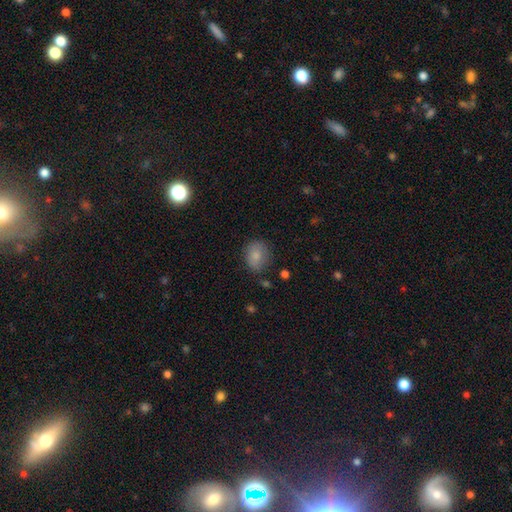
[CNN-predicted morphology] smooth 82%, featured or disk 9%, star or artifact 8%. Down the decision tree: how rounded — round (50%); merging — none (73%).